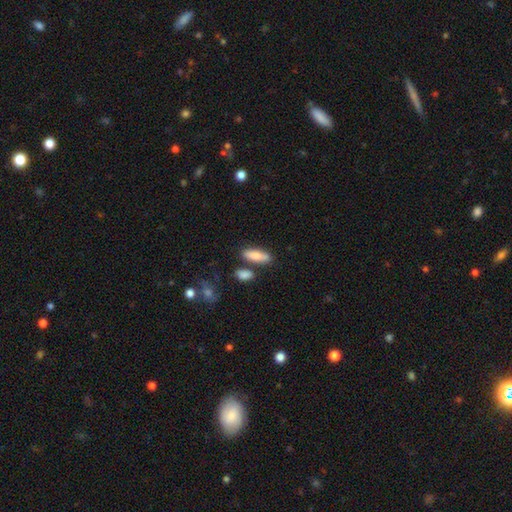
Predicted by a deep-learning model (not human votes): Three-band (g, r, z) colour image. It shows a smooth galaxy with no disk features (82%) that is in between round and cigar-shaped (59%). Merging: none (71%).